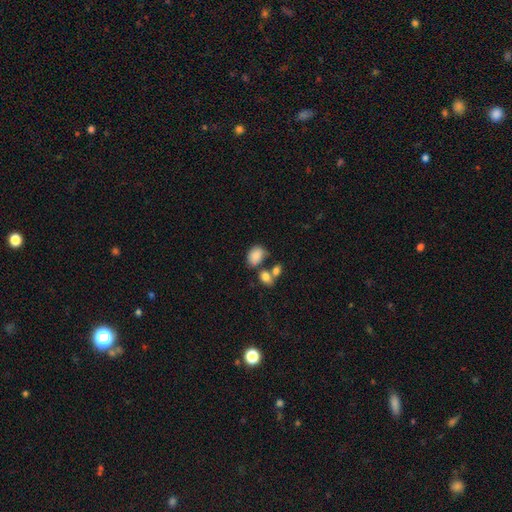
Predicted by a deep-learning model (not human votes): Smooth or featured: smooth — 84% (star or artifact — 9%)
How rounded: in between — 76% (round — 23%)
Merging: none — 46% (merger — 30%)